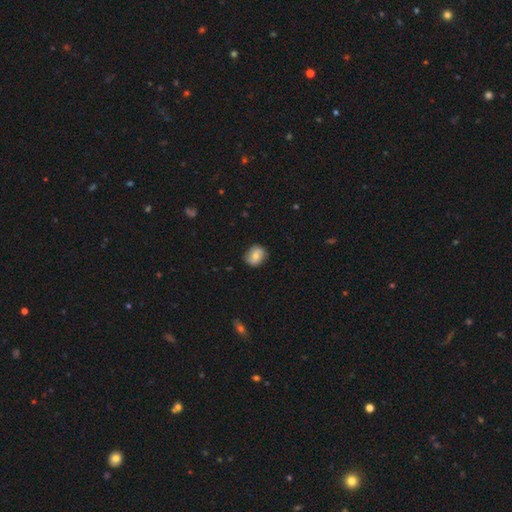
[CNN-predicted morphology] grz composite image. It shows a smooth galaxy with no disk features (63%) that is round (62%). Merging: none (81%).